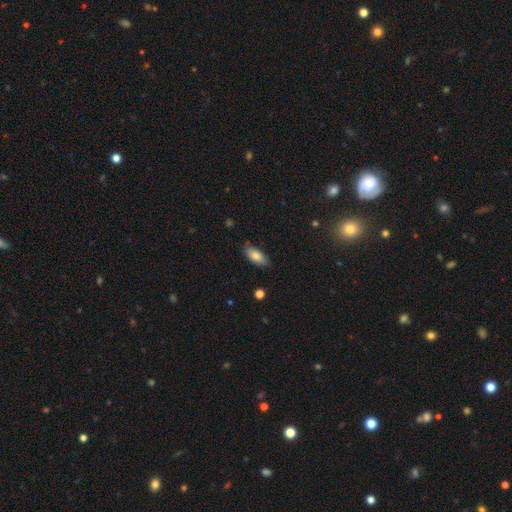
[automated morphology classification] Smooth or featured? smooth (77%)
How rounded? in between (85%)
Merging? none (80%)